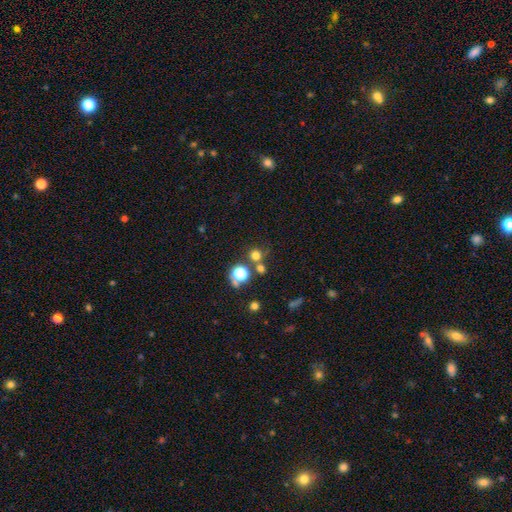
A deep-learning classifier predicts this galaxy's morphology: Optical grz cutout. It shows a smooth galaxy with no disk features (69%) that is round (91%). Merging: none (69%).